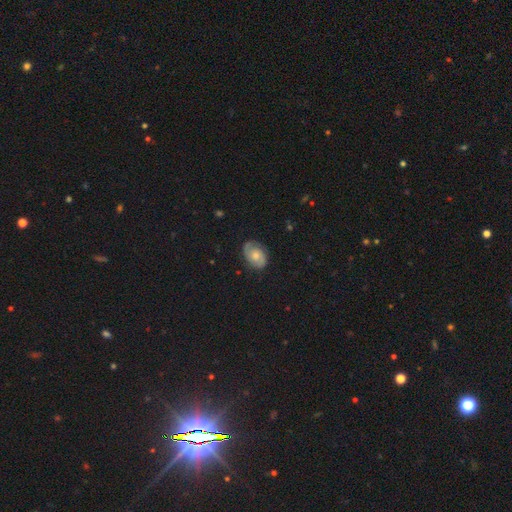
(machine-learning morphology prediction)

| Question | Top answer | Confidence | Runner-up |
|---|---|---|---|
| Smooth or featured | featured or disk | 65% | smooth (27%) |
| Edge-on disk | no | 97% | yes (3%) |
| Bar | no | 71% | weak (25%) |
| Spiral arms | yes | 90% | no (10%) |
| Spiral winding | tight | 45% | medium (40%) |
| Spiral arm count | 2 | 82% | can't tell (10%) |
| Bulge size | moderate | 57% | small (31%) |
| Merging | none | 78% | minor disturbance (16%) |